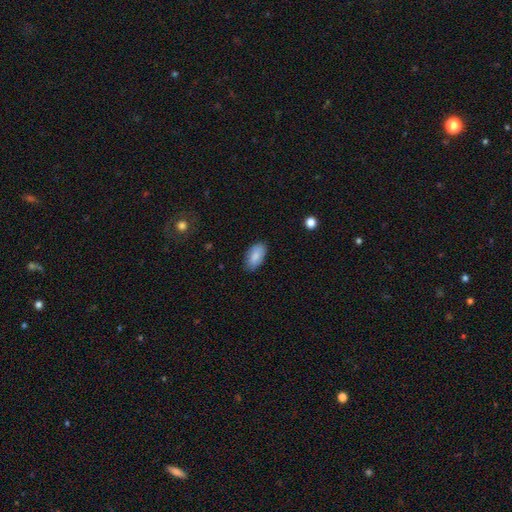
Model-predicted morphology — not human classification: smooth-or-featured: smooth: 83% | featured or disk: 10% | star or artifact: 7%
  how-rounded: in between: 94% | round: 3% | cigar-shaped: 3%
  merging: none: 82% | minor disturbance: 15% | major disturbance: 3% | merger: 1%